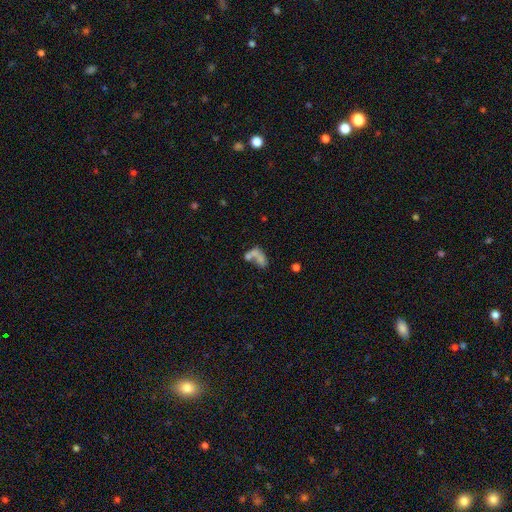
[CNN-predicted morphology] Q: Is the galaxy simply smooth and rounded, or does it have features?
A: smooth — 54%.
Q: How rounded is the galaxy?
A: in between — 81%.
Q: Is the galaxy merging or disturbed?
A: merger — 59%.